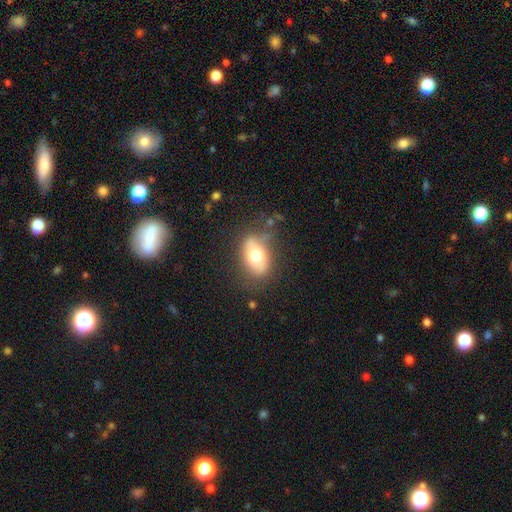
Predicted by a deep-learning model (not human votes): Smooth or featured? smooth (66%)
How rounded? in between (84%)
Merging? none (67%)